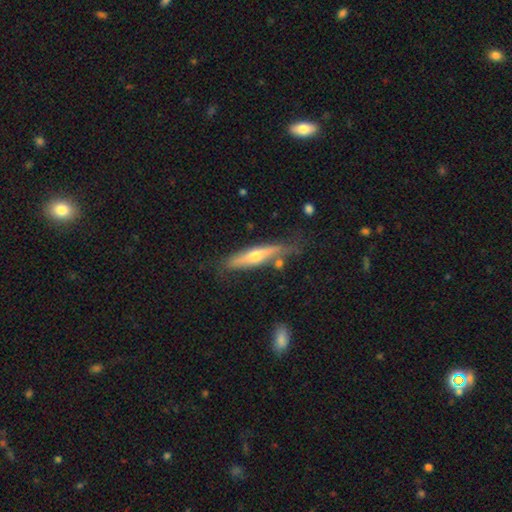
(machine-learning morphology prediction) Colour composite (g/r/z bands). It shows a featured or disk galaxy (58%) viewed edge-on (90%) with a rounded central bulge (89%). Merging: none (69%).